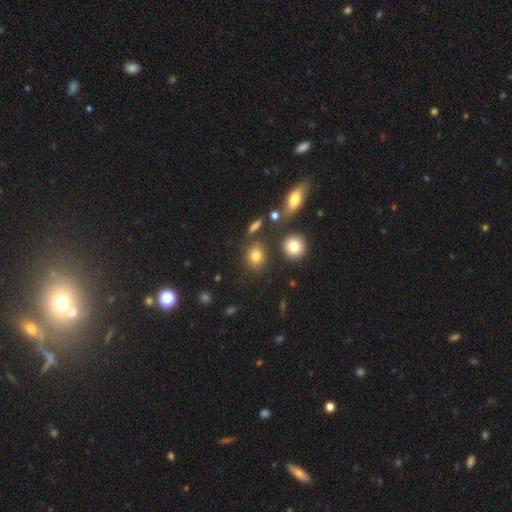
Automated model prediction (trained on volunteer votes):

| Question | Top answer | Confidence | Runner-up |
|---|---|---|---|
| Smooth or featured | smooth | 79% | star or artifact (13%) |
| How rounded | round | 58% | in between (40%) |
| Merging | none | 77% | minor disturbance (11%) |